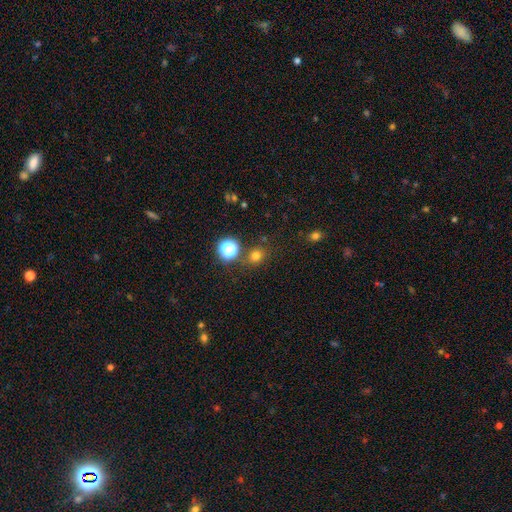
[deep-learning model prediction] The model was most divided on "smooth or featured": smooth: 73%, star or artifact: 21%, featured or disk: 6%. More confident: merging — none (81%); how rounded — round (79%).